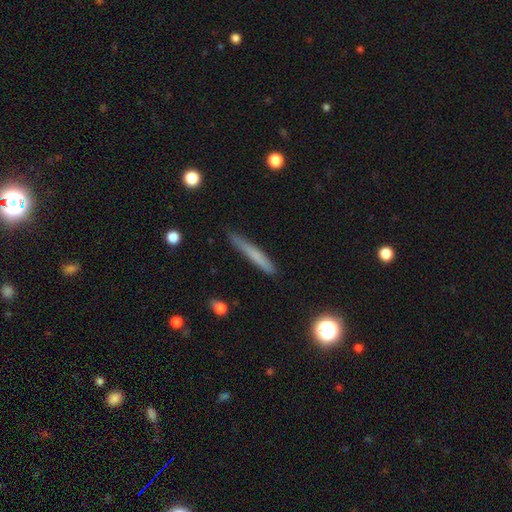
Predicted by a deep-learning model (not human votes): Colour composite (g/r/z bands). It shows a smooth galaxy with no disk features (67%) that is cigar-shaped (95%). Merging: none (82%).